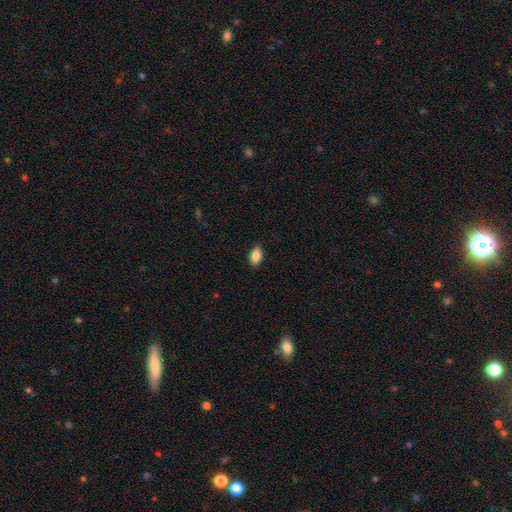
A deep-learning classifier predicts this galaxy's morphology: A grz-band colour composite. It shows a smooth galaxy with no disk features (87%) that is in between round and cigar-shaped (92%). Merging: none (87%).